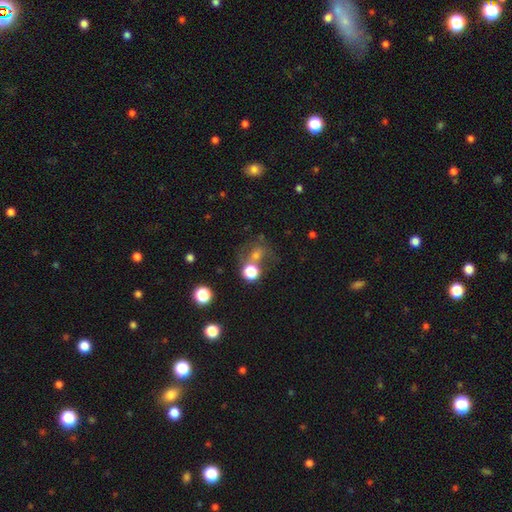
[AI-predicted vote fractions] smooth 49%, star or artifact 33%, featured or disk 18%. Down the decision tree: merging — none (52%).